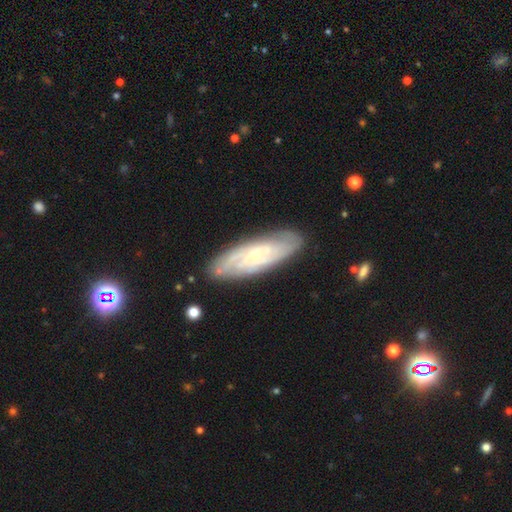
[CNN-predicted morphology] Overall: featured or disk (73%). Edge-on disk: no (82%). Bar: no (74%). Spiral arms: yes (87%). Spiral arm count: can't tell (53%; 2 20%). Spiral winding: tight (67%). Bulge size: small (77%). Merging: none (83%).